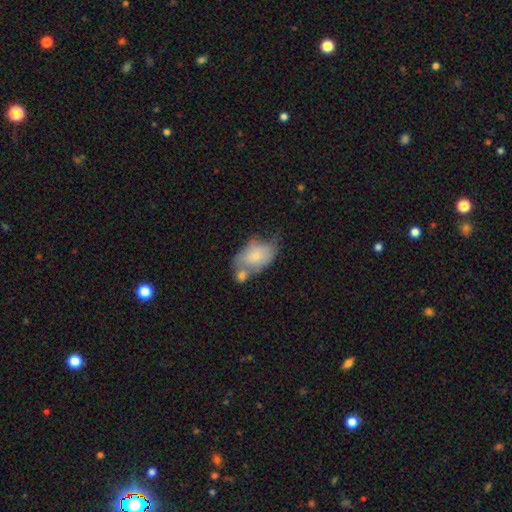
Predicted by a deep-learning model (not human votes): Smooth or featured? smooth (67%)
How rounded? in between (88%)
Merging? merger (32%)